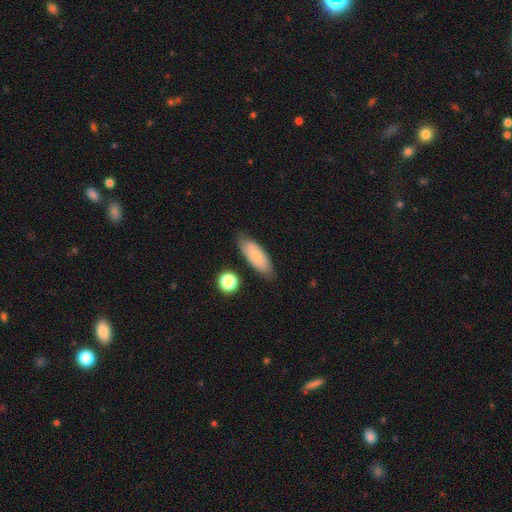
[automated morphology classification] A smooth galaxy with no disk features (72%) that is in between round and cigar-shaped (73%). Merging: none (78%).